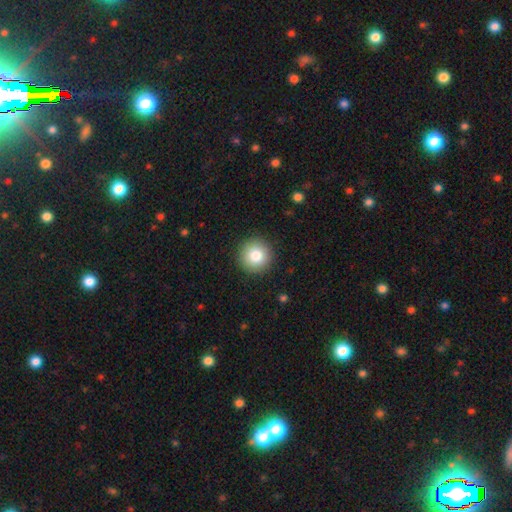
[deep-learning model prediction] smooth 82%, star or artifact 10%, featured or disk 8%. Down the decision tree: how rounded — round (96%); merging — none (92%).